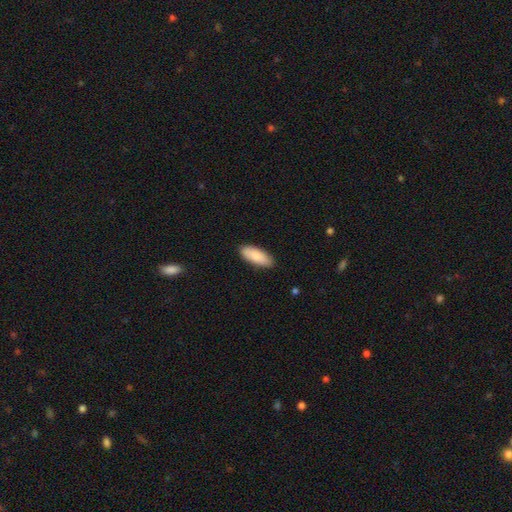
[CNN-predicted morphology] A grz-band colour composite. It shows a smooth galaxy with no disk features (87%) that is in between round and cigar-shaped (78%). Merging: none (88%).